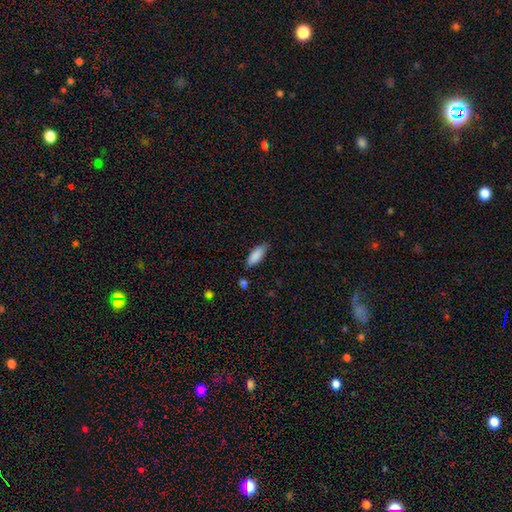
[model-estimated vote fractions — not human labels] smooth-or-featured: smooth: 88% | star or artifact: 6% | featured or disk: 6%
  how-rounded: in between: 70% | cigar-shaped: 28% | round: 2%
  merging: none: 78% | minor disturbance: 17% | major disturbance: 3% | merger: 3%